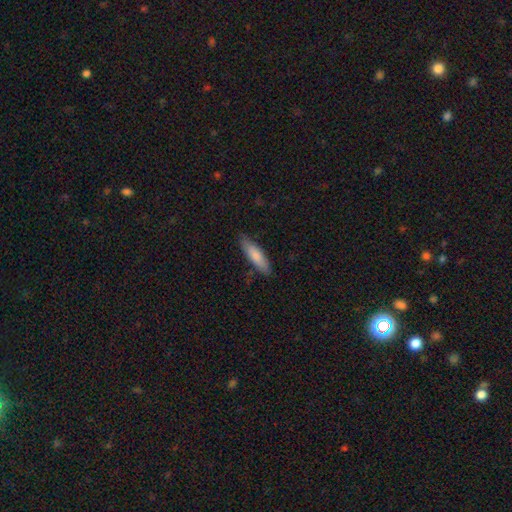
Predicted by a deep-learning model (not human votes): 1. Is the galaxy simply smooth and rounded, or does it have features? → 81% smooth, 14% featured or disk, 5% star or artifact.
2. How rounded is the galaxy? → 59% cigar-shaped, 39% in between, 1% round.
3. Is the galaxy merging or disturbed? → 81% none, 15% minor disturbance, 2% major disturbance, 1% merger.